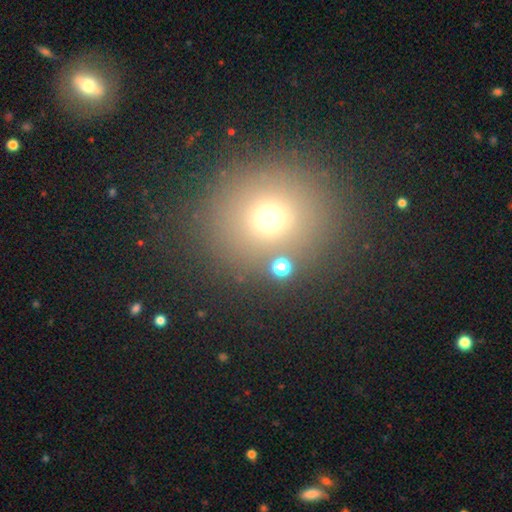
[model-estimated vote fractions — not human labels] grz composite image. It shows a smooth galaxy with no disk features (66%) that is round (87%). Merging: none (83%).